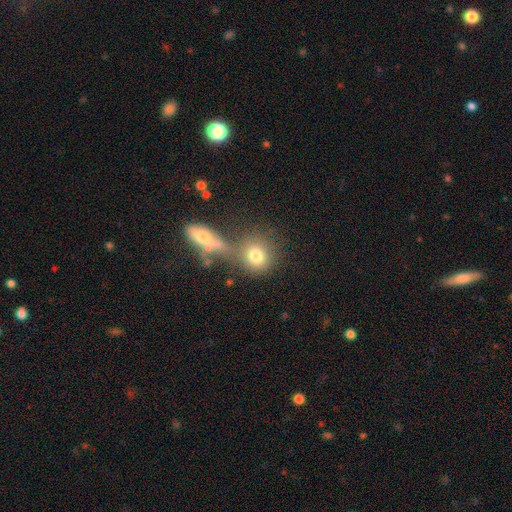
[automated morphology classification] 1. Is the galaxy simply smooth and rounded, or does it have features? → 76% smooth, 12% star or artifact, 12% featured or disk.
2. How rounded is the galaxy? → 80% round, 17% in between, 3% cigar-shaped.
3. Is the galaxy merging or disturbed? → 52% none, 32% merger, 10% minor disturbance, 7% major disturbance.